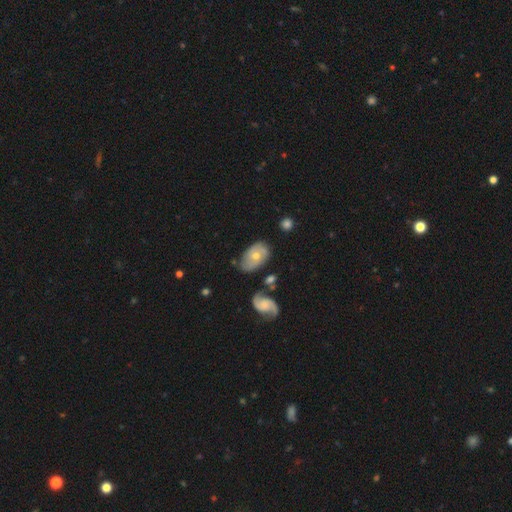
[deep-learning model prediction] A featured or disk galaxy (54%) with no bar (79%), spiral arms (73%) and a moderate central bulge (54%). Merging: none (58%).